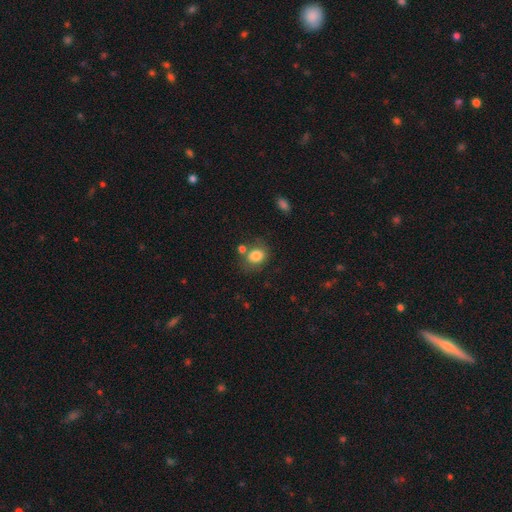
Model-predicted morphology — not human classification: smooth-or-featured: smooth: 82% | star or artifact: 9% | featured or disk: 9%
  how-rounded: round: 50% | in between: 49% | cigar-shaped: 1%
  merging: none: 61% | minor disturbance: 17% | merger: 16% | major disturbance: 6%